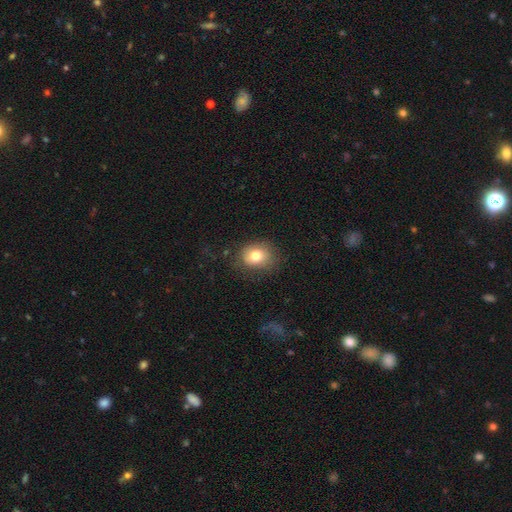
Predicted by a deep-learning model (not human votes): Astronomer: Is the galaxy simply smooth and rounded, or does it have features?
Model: smooth — 76%.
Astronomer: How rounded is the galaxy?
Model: round — 60% (runner-up: in between, 39%).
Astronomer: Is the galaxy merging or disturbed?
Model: none — 75%.